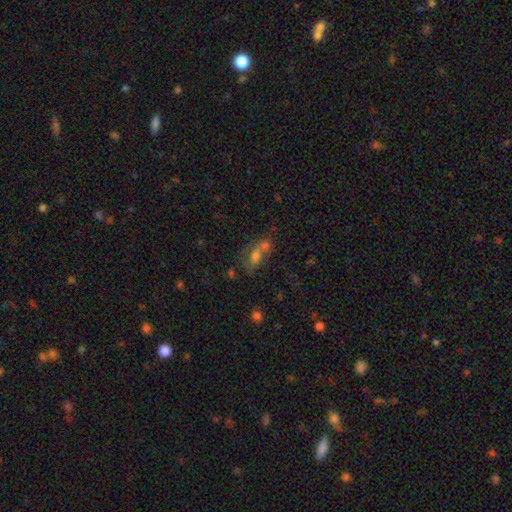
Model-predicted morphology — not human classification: Smooth or featured? Predicted: smooth (p=0.56). How rounded? Predicted: in between (p=0.71). Merging? Predicted: merger (p=0.56).